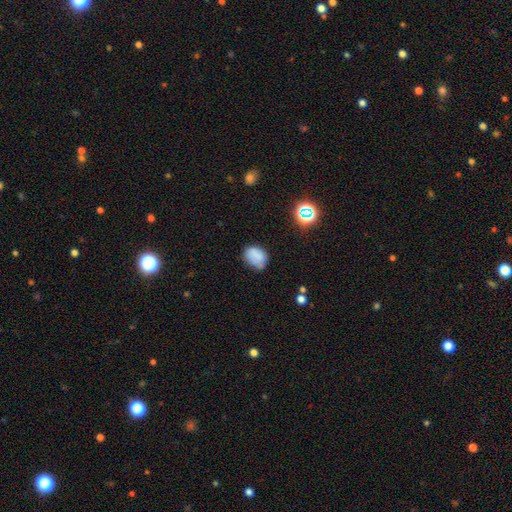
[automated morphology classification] A smooth galaxy with no disk features (78%) that is in between round and cigar-shaped (66%). Merging: none (58%).